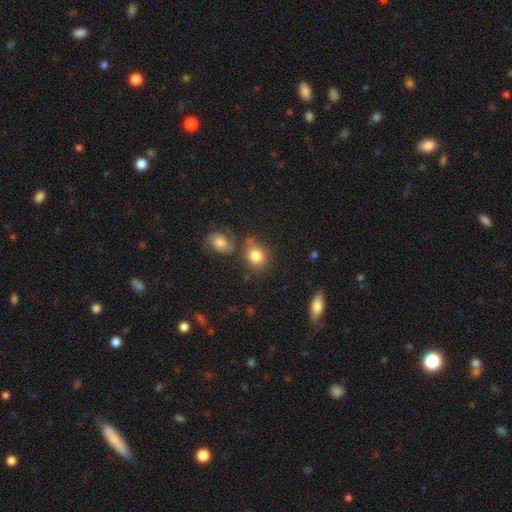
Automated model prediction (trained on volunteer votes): smooth 81%, featured or disk 10%, star or artifact 9%. Down the decision tree: how rounded — round (61%); merging — none (62%).